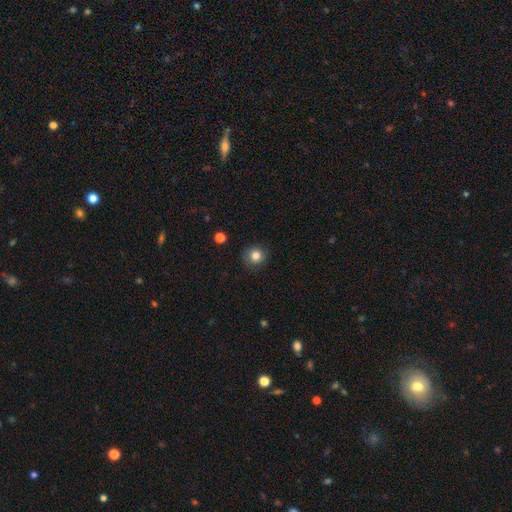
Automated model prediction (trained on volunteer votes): Q: Smooth or featured?
A: smooth (82%); runner-up: star or artifact (12%)
Q: How rounded?
A: round (93%); runner-up: in between (6%)
Q: Merging?
A: none (89%); runner-up: minor disturbance (8%)